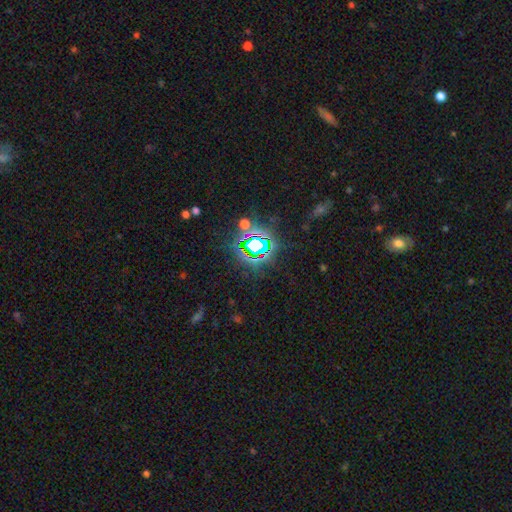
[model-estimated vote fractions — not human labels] Smooth or featured? star or artifact (76%)